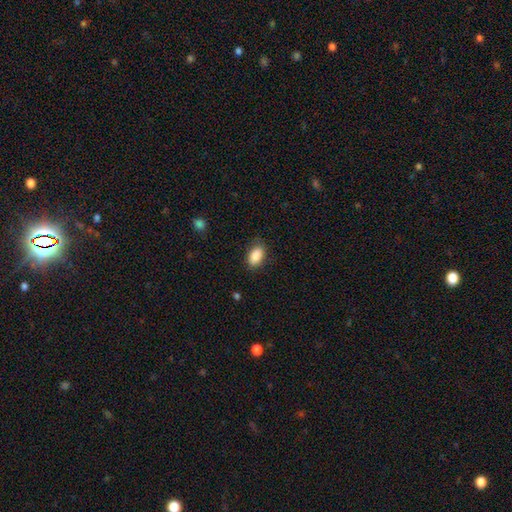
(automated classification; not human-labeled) This is clearly a smooth galaxy (89%). How rounded: clearly in between (92%). Merging: clearly none (83%).